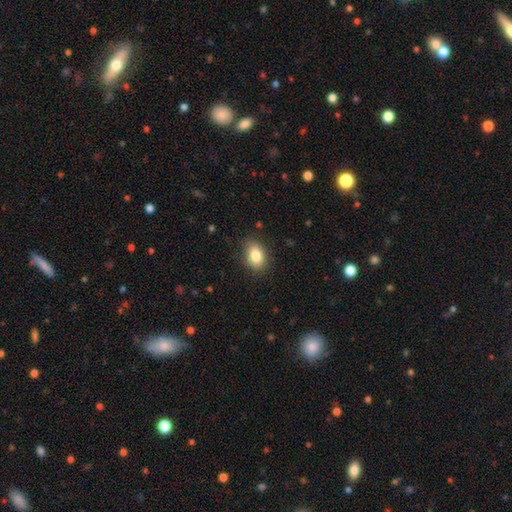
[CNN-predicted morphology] Smooth or featured? smooth (85%)
How rounded? in between (78%)
Merging? none (84%)